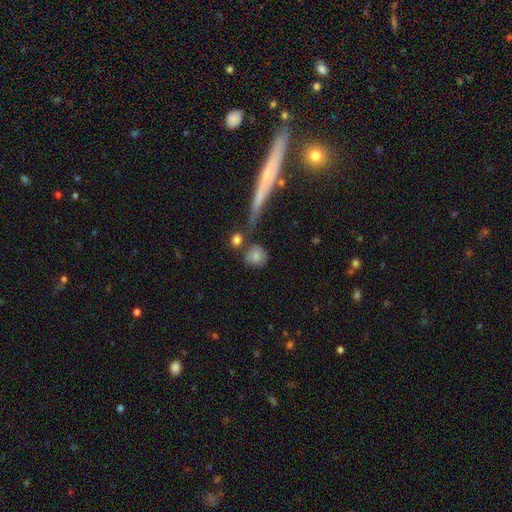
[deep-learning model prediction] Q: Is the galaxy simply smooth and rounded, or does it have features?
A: smooth — 78%.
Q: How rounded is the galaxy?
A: round — 80%.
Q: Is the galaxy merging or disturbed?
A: none — 67%.